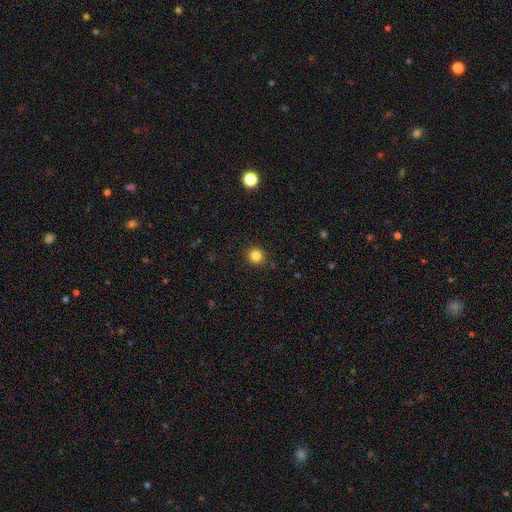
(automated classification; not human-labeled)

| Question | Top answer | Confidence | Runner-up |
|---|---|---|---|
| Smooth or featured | smooth | 84% | star or artifact (12%) |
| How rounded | round | 90% | in between (9%) |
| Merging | none | 90% | minor disturbance (7%) |